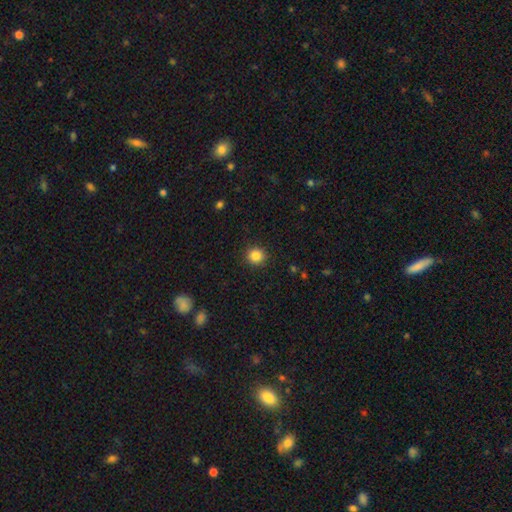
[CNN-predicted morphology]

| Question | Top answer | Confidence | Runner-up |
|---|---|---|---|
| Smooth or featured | smooth | 85% | star or artifact (11%) |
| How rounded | round | 92% | in between (7%) |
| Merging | none | 91% | minor disturbance (6%) |